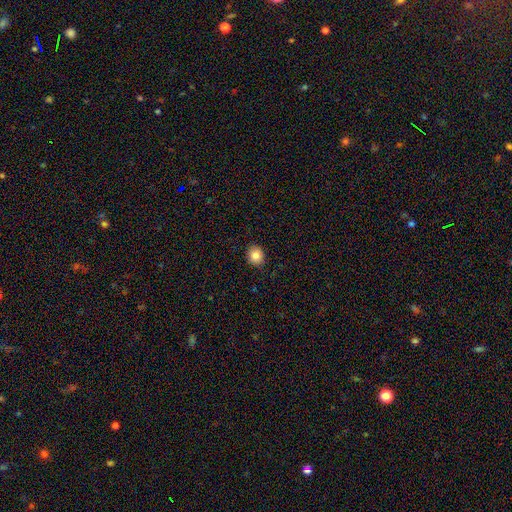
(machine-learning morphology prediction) A smooth galaxy with no disk features (85%) that is round (74%).

Vote fractions:
- Smooth or featured? smooth: 85% / star or artifact: 10% / featured or disk: 6%
- How rounded? round: 74% / in between: 25% / cigar-shaped: 1%
- Merging? none: 89% / minor disturbance: 8% / major disturbance: 2% / merger: 1%